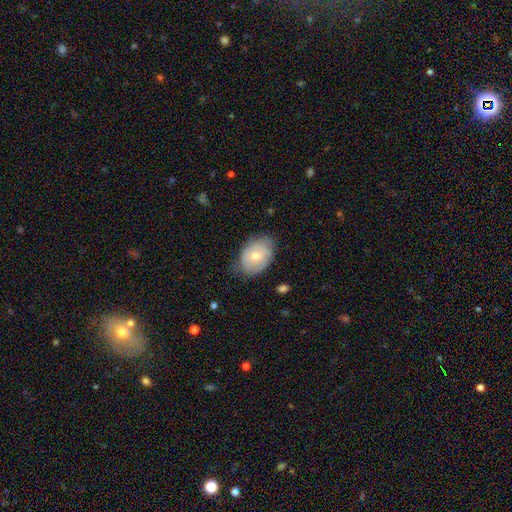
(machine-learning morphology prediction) This appears to be a smooth galaxy with no disk features (57%) that is in between round and cigar-shaped (76%). Merging: none (65%).